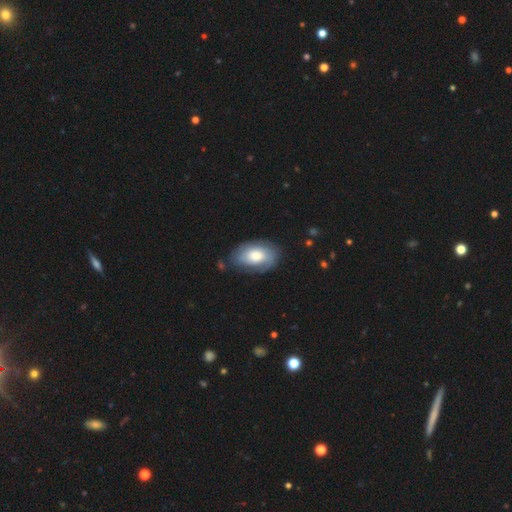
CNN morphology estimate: Q: Smooth or featured?
A: smooth (54%); runner-up: featured or disk (39%)
Q: How rounded?
A: in between (89%); runner-up: round (9%)
Q: Merging?
A: none (70%); runner-up: minor disturbance (21%)